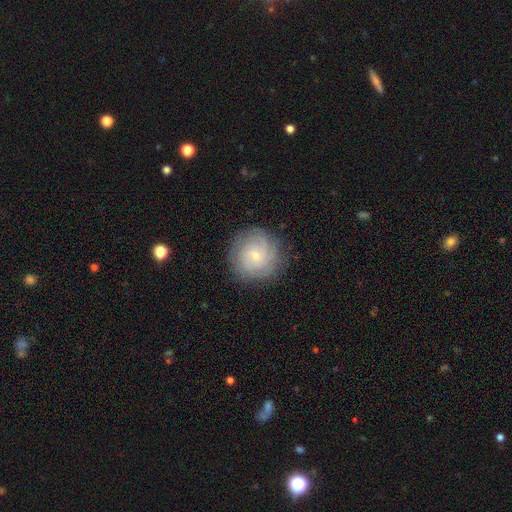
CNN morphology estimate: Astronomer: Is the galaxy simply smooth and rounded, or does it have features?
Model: featured or disk — 65%.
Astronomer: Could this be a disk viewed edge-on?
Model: no — 98%.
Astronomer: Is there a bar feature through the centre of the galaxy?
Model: no — 72%.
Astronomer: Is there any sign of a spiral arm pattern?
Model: yes — 90%.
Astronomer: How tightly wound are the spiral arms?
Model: tight — 72%.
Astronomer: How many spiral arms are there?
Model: can't tell — 42%.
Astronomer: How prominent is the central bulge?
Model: small — 78%.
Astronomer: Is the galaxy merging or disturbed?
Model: none — 83%.